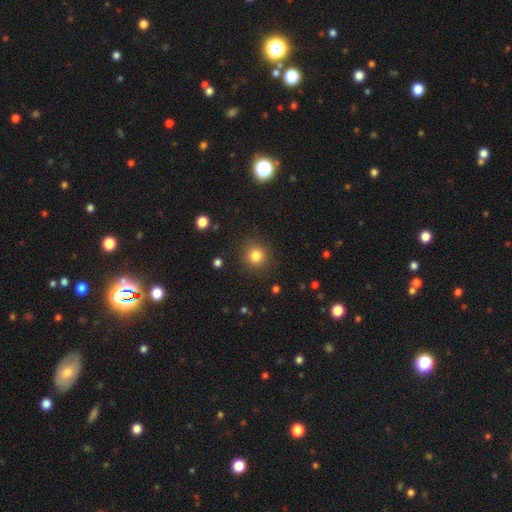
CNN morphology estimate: Overall: smooth (82%). How rounded: round (92%). Merging: none (89%).